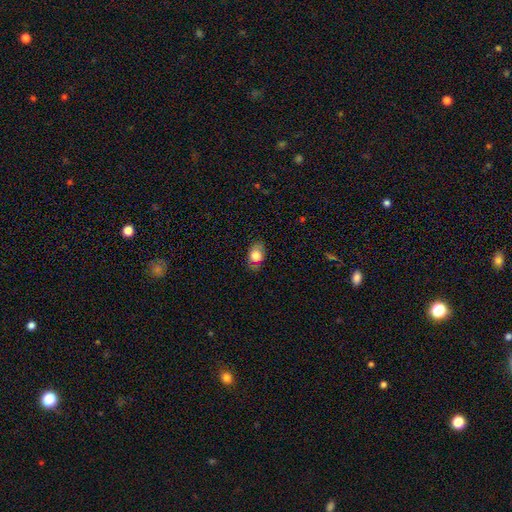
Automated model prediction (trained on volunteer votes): smooth_or_featured: smooth (p=0.77) [alt: featured or disk p=0.14]
how_rounded: in between (p=0.80) [alt: round p=0.18]
merging: none (p=0.77) [alt: minor disturbance p=0.17]